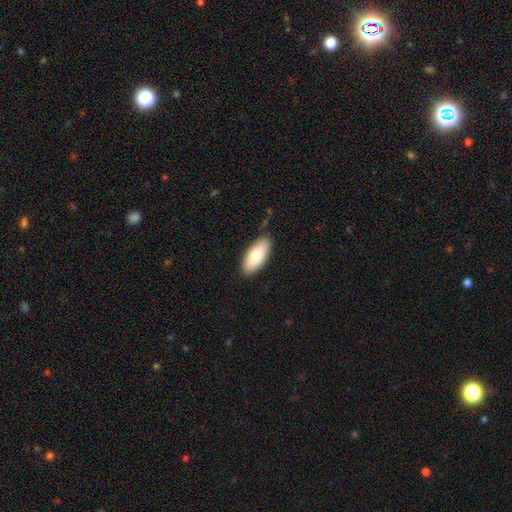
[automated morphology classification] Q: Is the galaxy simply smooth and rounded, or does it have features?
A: smooth — 77%.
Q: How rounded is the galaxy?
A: in between — 85%.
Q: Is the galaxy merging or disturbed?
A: none — 87%.